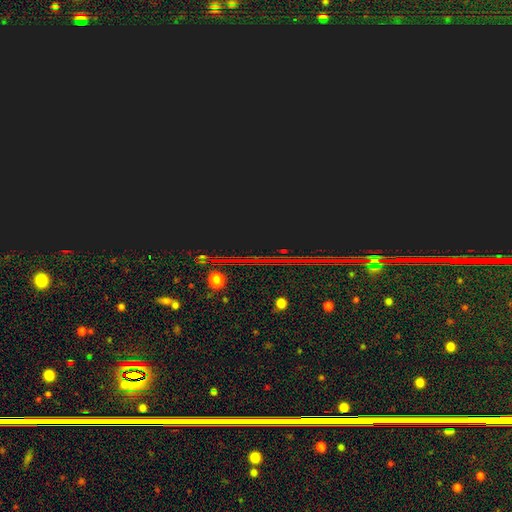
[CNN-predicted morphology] A star or artifact, not a galaxy (84%).